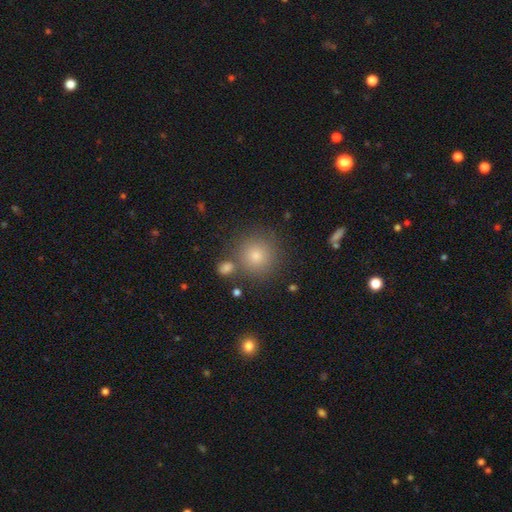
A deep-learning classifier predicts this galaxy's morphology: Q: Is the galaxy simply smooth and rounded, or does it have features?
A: smooth — 76%.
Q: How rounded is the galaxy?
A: round — 94%.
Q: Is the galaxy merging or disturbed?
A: none — 80%.